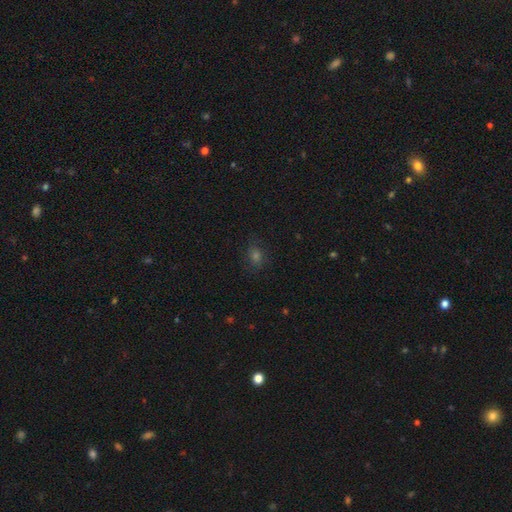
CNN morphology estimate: The model was most divided on "how rounded": round: 58%, in between: 41%, cigar-shaped: 2%. More confident: merging — none (81%); smooth or featured — smooth (56%).